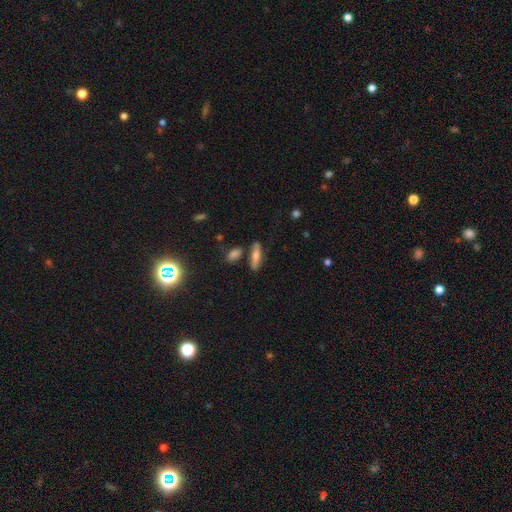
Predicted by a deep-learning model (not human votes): Smooth or featured? smooth (62%)
How rounded? cigar-shaped (57%)
Merging? none (75%)